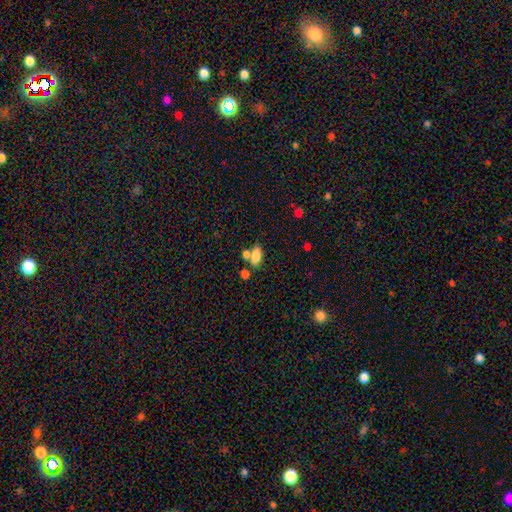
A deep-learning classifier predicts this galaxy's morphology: Smooth or featured?
  - smooth: 80% *
  - featured or disk: 12%
  - star or artifact: 9%
How rounded?
  - in between: 83% *
  - cigar-shaped: 13%
  - round: 5%
Merging?
  - none: 52% *
  - merger: 32%
  - minor disturbance: 12%
  - major disturbance: 5%